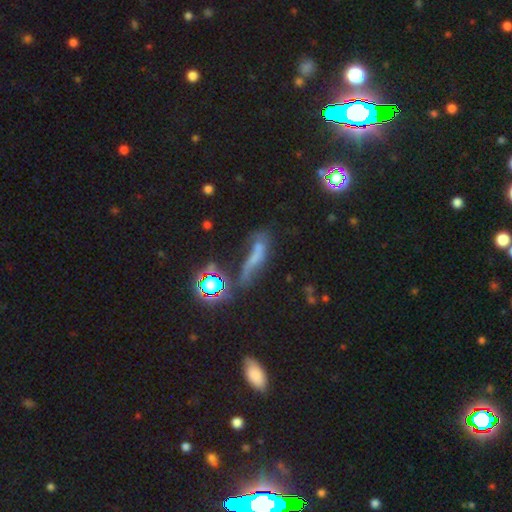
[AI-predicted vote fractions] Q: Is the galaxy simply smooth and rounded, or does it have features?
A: smooth — 41%.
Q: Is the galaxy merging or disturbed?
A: none — 35%.